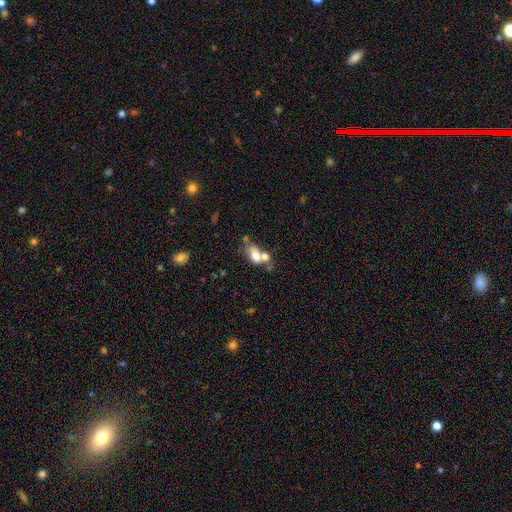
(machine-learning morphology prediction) This is likely a smooth galaxy (67%). How rounded: clearly in between (81%). Merging: possibly merger (50%).